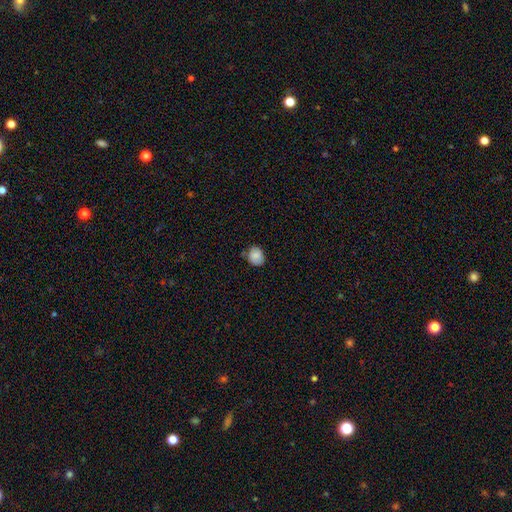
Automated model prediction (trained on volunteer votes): This appears to be a smooth galaxy with no disk features (82%) that is round (64%). Merging: none (73%).